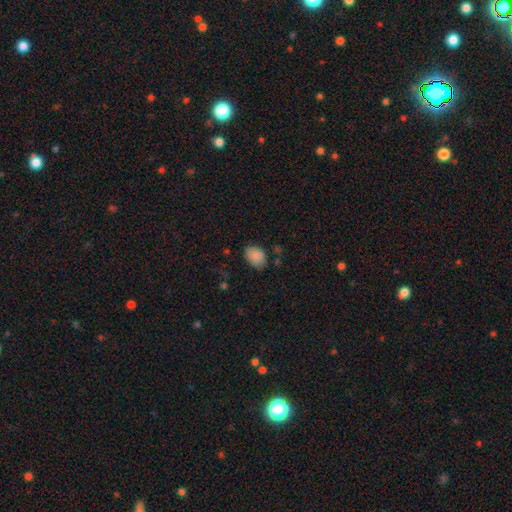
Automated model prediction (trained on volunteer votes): smooth 86%, star or artifact 8%, featured or disk 7%. Down the decision tree: how rounded — in between (75%); merging — none (73%).